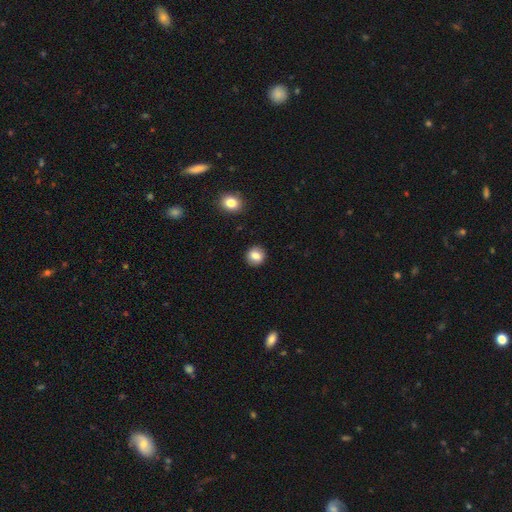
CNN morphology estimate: type=smooth (82%); roundness=round (84%); merging=none (90%).